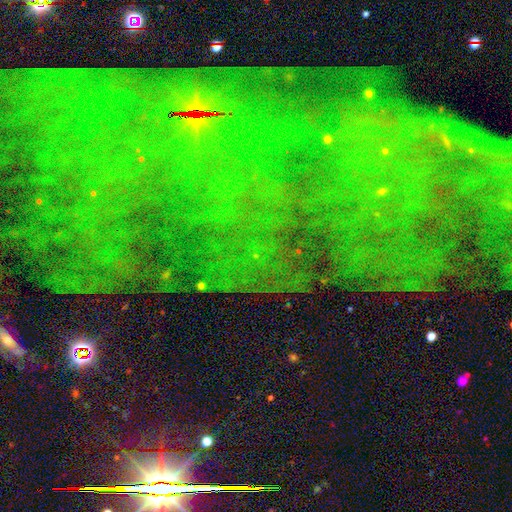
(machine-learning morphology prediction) Q: Smooth or featured?
A: star or artifact (83%); runner-up: smooth (9%)